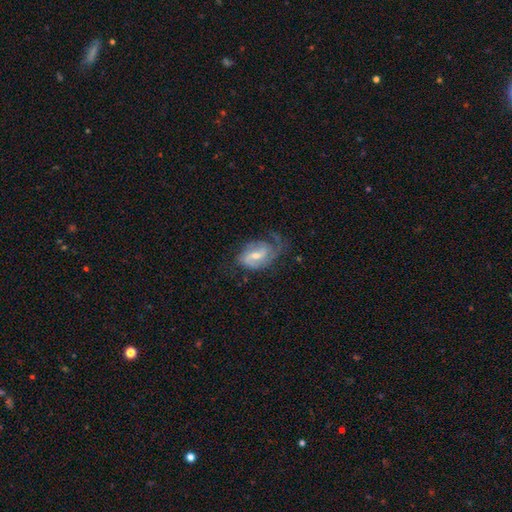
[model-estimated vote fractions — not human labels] Smooth or featured? Predicted: featured or disk (p=0.73). Edge-on disk? Predicted: no (p=0.96). Bar? Predicted: weak (p=0.51). Spiral arms? Predicted: yes (p=0.88). Spiral winding? Predicted: medium (p=0.42). Spiral arm count? Predicted: 2 (p=0.56). Bulge size? Predicted: moderate (p=0.54). Merging? Predicted: none (p=0.45).